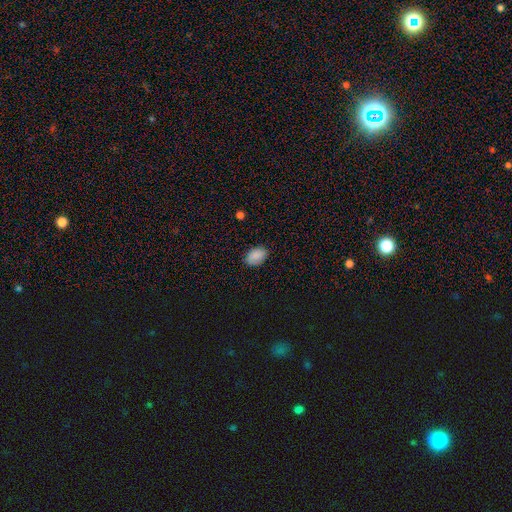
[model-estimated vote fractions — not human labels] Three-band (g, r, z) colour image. It shows a smooth galaxy with no disk features (87%) that is in between round and cigar-shaped (84%). Merging: none (82%).